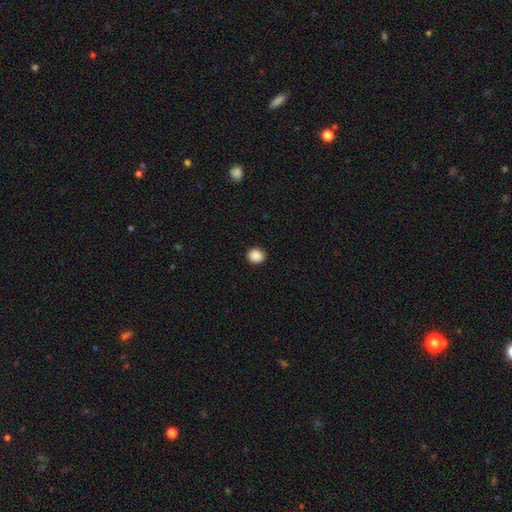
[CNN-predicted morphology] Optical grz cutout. It shows a smooth galaxy with no disk features (89%) that is round (82%). Merging: none (92%).